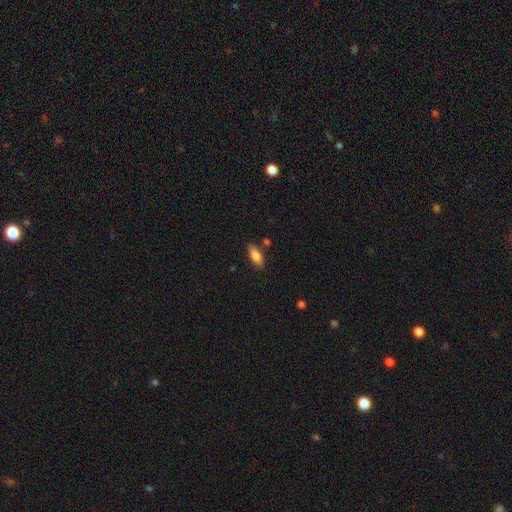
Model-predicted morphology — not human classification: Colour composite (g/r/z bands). It shows a smooth galaxy with no disk features (82%) that is in between round and cigar-shaped (72%). Merging: none (76%).